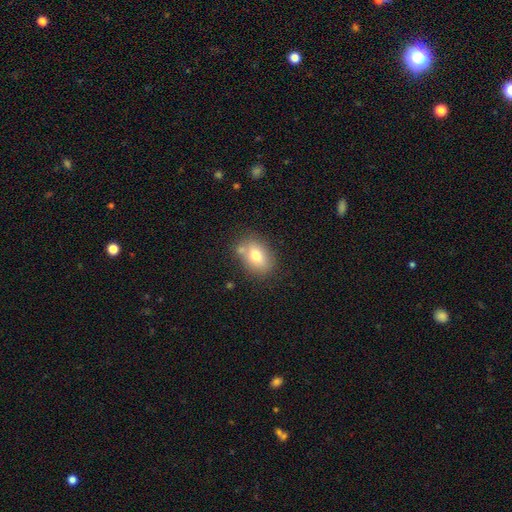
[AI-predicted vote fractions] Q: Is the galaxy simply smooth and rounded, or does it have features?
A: smooth — 73%.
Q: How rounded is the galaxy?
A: in between — 73%.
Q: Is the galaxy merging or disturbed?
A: none — 69%.